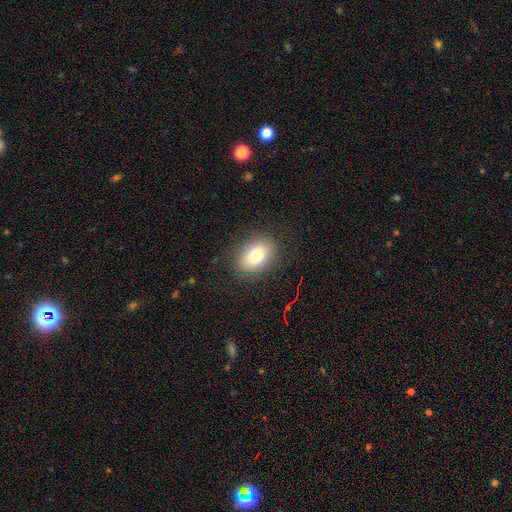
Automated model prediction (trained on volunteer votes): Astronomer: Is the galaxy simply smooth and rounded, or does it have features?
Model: smooth — 78%.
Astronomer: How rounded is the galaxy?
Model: in between — 67%.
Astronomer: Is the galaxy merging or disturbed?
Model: none — 85%.